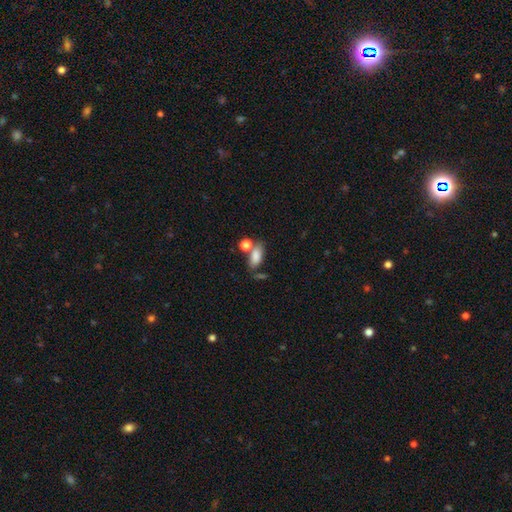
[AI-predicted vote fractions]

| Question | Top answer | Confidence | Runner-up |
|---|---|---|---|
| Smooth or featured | smooth | 82% | star or artifact (9%) |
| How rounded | in between | 85% | round (8%) |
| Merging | none | 54% | merger (26%) |